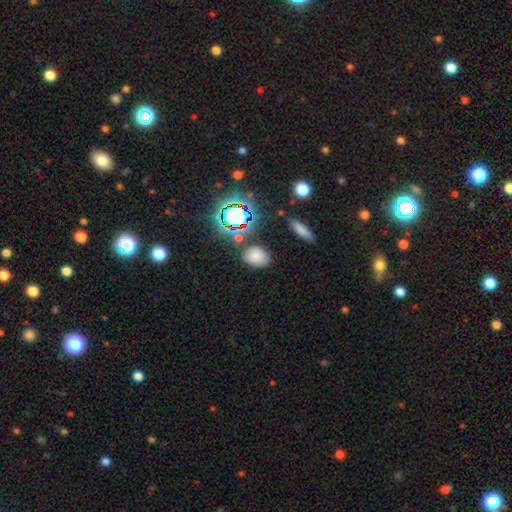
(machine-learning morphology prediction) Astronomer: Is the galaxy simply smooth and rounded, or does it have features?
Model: smooth — 69%.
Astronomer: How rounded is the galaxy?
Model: in between — 73%.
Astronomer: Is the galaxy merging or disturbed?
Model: none — 75%.